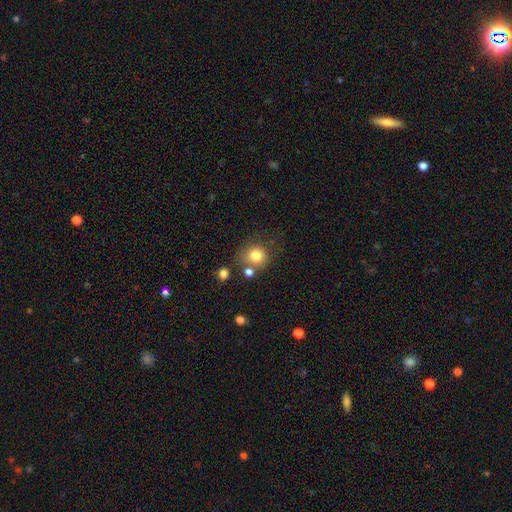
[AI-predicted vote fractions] smooth 80%, star or artifact 11%, featured or disk 9%. Down the decision tree: how rounded — round (85%); merging — none (65%).